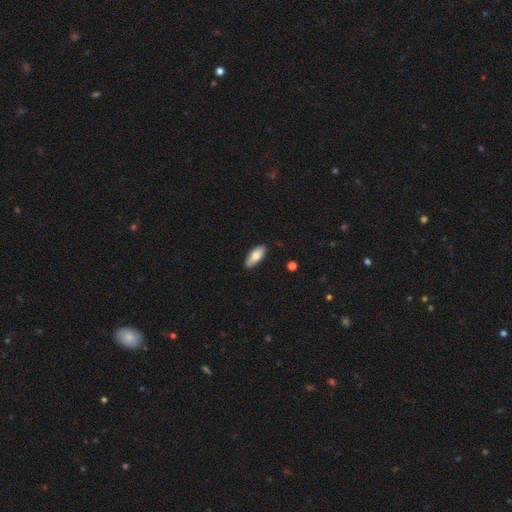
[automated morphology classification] This is likely a smooth galaxy (79%). How rounded: clearly in between (83%). Merging: clearly none (87%).